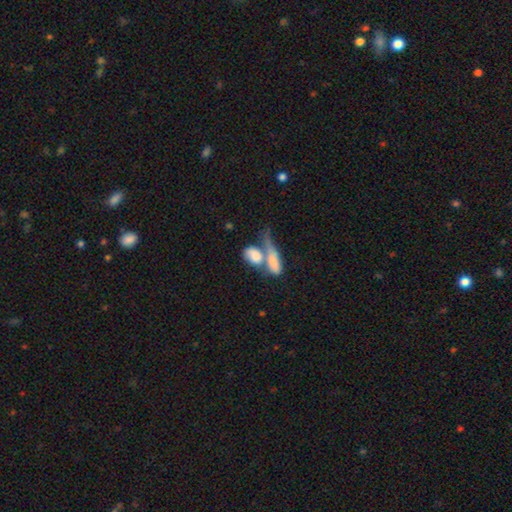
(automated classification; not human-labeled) This appears to be a smooth galaxy with no disk features (72%) that is in between round and cigar-shaped (76%). Merging: merger (65%).